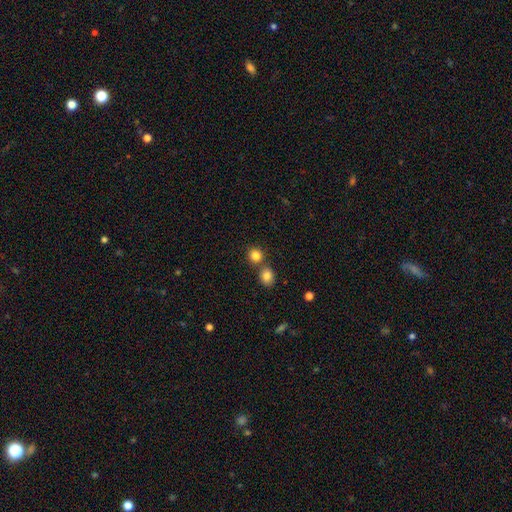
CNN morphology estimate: This appears to be a smooth galaxy with no disk features (83%) that is round (84%). Merging: none (61%).